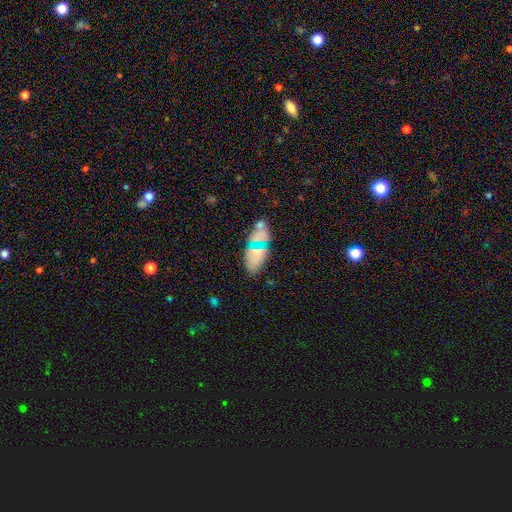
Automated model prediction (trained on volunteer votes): This is possibly a smooth galaxy (60%). How rounded: clearly in between (92%). Merging: likely none (67%).